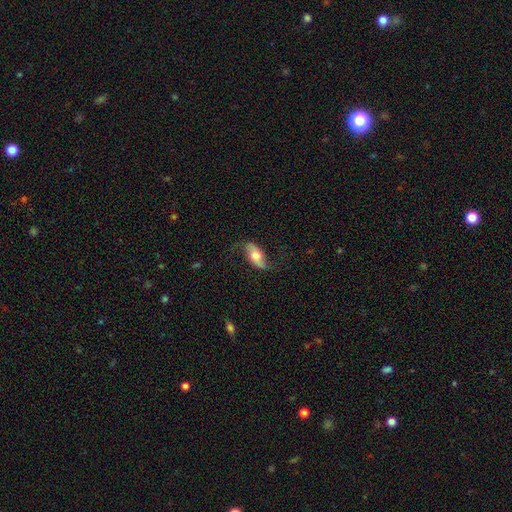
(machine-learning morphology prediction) A featured or disk galaxy (63%) with no bar (50%), spiral arms (87%) and a moderate central bulge (63%).

Vote fractions:
- Smooth or featured? featured or disk: 63% / smooth: 30% / star or artifact: 7%
- Edge-on disk? no: 86% / yes: 14%
- Bar? no: 50% / weak: 28% / strong: 22%
- Spiral arms? yes: 87% / no: 13%
- Bulge size? moderate: 63% / large: 18% / small: 14% / dominant: 3% / none: 2%
- Merging? none: 71% / minor disturbance: 18% / major disturbance: 9% / merger: 1%